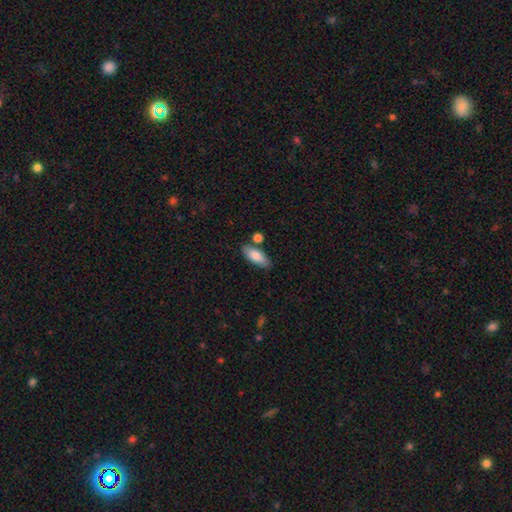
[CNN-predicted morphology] type=smooth (83%); roundness=in between (79%); merging=none (76%).